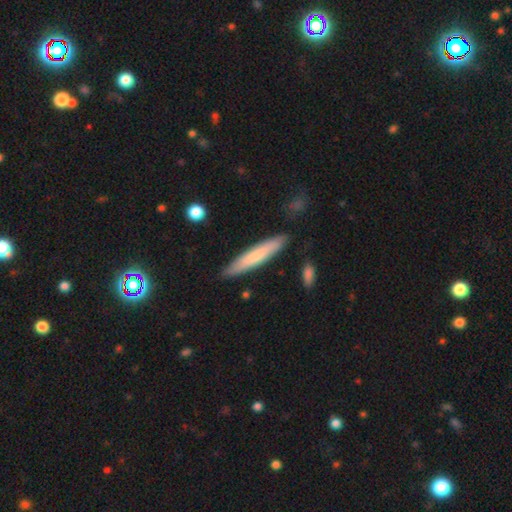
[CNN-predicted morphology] The model was most divided on "smooth or featured": smooth: 69%, featured or disk: 25%, star or artifact: 5%. More confident: how rounded — cigar-shaped (91%); merging — none (87%).